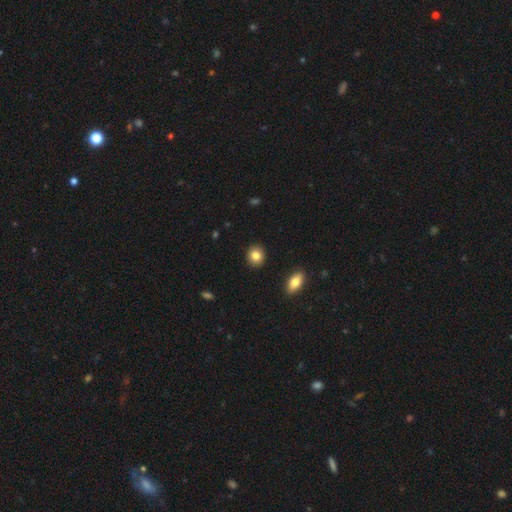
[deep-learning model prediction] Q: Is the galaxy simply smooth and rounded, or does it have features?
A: smooth — 84%.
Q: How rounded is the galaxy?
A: round — 71%.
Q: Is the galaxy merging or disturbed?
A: none — 91%.